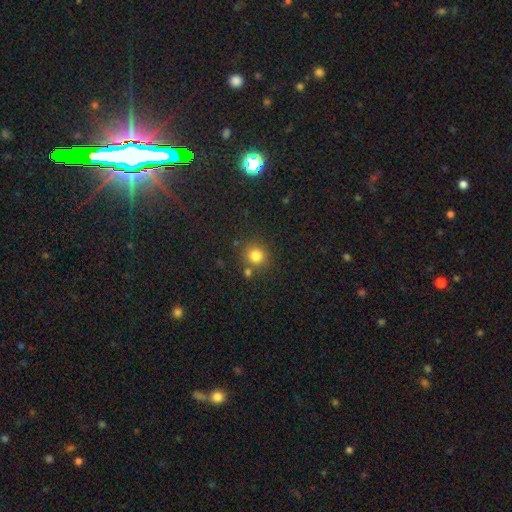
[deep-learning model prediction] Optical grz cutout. It shows a smooth galaxy with no disk features (81%) that is round (88%). Merging: none (76%).